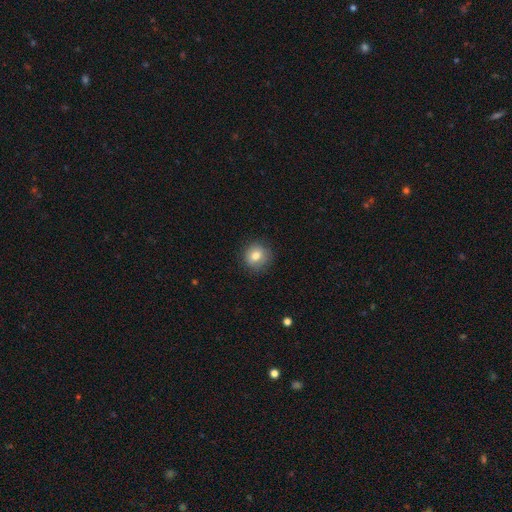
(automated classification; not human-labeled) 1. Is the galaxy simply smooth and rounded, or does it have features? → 79% smooth, 12% featured or disk, 9% star or artifact.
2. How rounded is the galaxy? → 85% round, 14% in between, 1% cigar-shaped.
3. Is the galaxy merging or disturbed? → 84% none, 12% minor disturbance, 3% major disturbance, 1% merger.